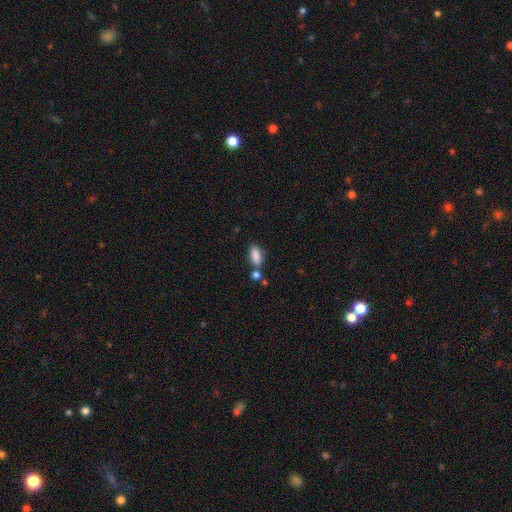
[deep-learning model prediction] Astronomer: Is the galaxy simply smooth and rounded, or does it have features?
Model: smooth — 85%.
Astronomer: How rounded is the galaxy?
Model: in between — 81%.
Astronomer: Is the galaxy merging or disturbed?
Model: none — 59%.